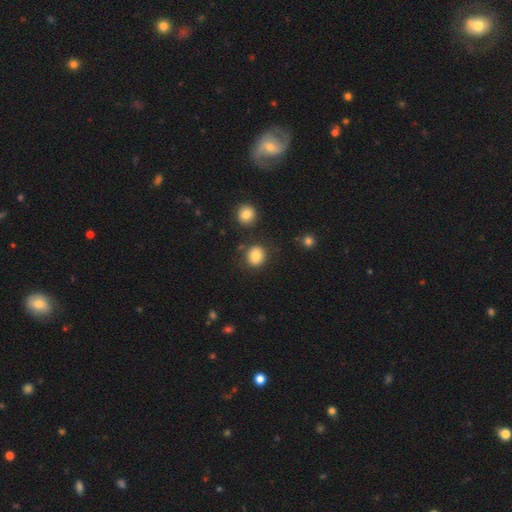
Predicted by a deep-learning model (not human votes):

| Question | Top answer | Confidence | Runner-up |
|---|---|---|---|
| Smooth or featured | smooth | 84% | star or artifact (10%) |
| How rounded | round | 82% | in between (17%) |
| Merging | none | 83% | minor disturbance (9%) |